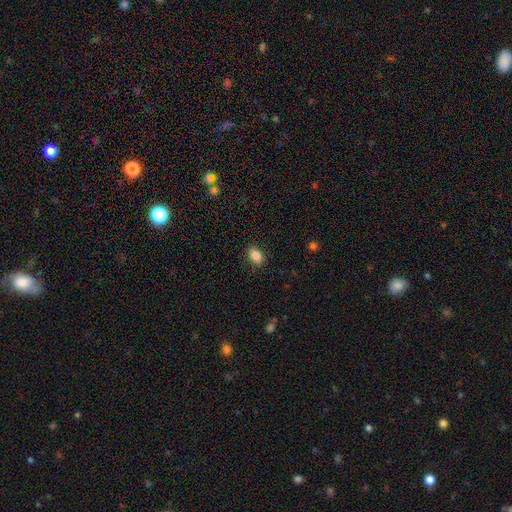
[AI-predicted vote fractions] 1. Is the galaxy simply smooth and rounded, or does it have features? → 87% smooth, 9% star or artifact, 4% featured or disk.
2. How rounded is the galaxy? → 82% in between, 17% round, 1% cigar-shaped.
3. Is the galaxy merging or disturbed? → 88% none, 9% minor disturbance, 2% major disturbance, 1% merger.